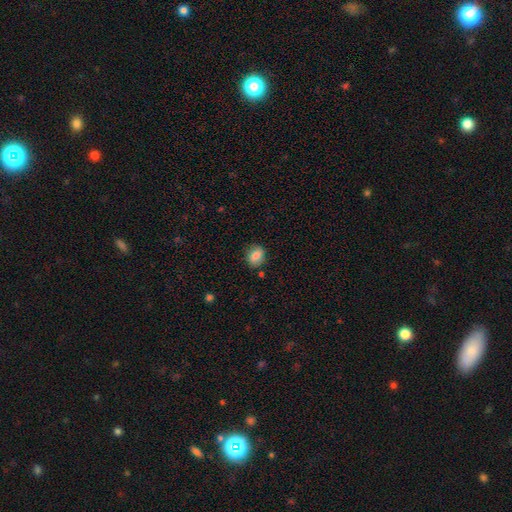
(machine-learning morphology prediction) Smooth or featured? smooth (82%)
How rounded? in between (51%)
Merging? none (81%)